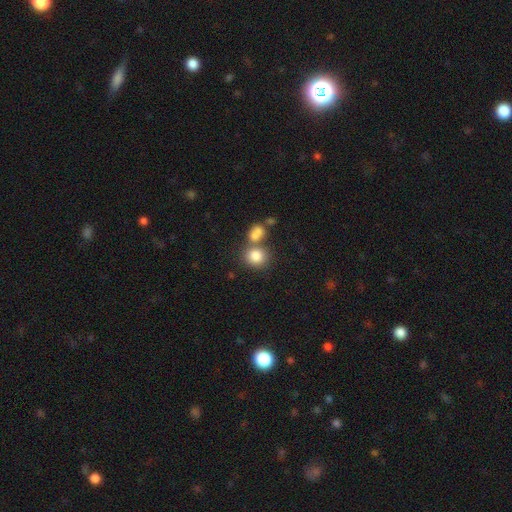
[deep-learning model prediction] smooth-or-featured: smooth: 82% | star or artifact: 10% | featured or disk: 8%
  how-rounded: round: 75% | in between: 24% | cigar-shaped: 1%
  merging: none: 50% | merger: 36% | minor disturbance: 10% | major disturbance: 4%